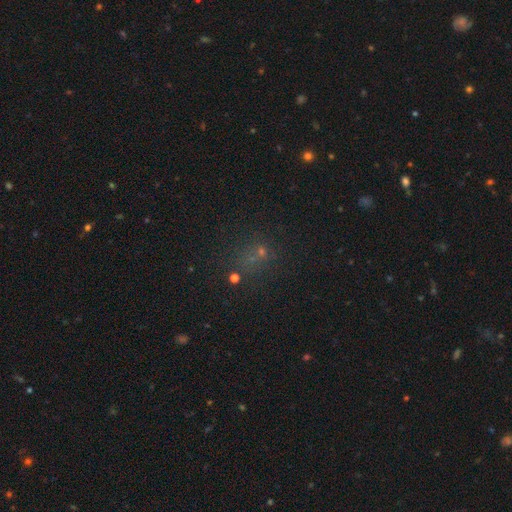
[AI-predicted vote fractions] This is possibly a star or artifact rather than a galaxy (47%).